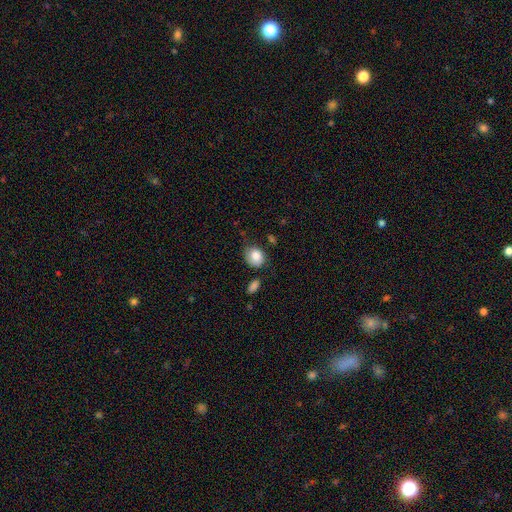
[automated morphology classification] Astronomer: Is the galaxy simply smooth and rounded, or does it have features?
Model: smooth — 83%.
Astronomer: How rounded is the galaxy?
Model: round — 51% (runner-up: in between, 48%).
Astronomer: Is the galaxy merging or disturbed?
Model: none — 60%.